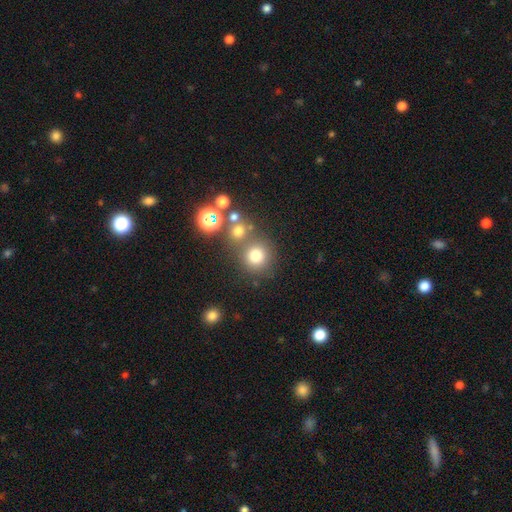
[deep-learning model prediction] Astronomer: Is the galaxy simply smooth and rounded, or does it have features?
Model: smooth — 75%.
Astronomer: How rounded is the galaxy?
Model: round — 91%.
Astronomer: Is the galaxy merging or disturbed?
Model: none — 70%.